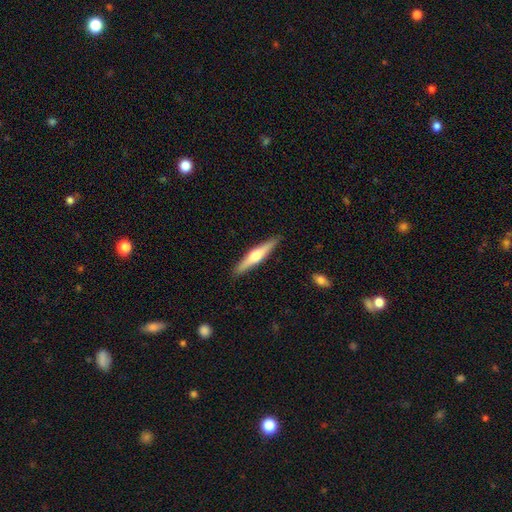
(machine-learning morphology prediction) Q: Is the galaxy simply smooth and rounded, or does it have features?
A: featured or disk — 58%.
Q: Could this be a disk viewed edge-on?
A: yes — 97%.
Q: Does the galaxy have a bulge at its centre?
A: rounded — 90%.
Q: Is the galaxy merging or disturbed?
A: none — 91%.